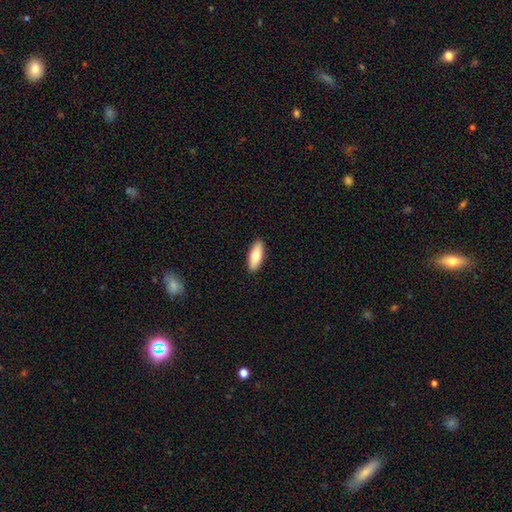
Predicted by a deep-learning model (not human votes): smooth-or-featured: smooth: 74% | featured or disk: 20% | star or artifact: 6%
  how-rounded: in between: 71% | cigar-shaped: 27% | round: 2%
  merging: none: 91% | minor disturbance: 7% | major disturbance: 1% | merger: 1%